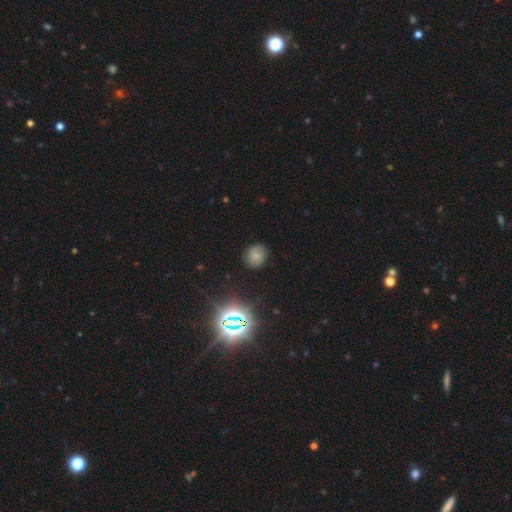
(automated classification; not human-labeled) A smooth galaxy with no disk features (57%) that is round (78%).

Vote fractions:
- Smooth or featured? smooth: 57% / featured or disk: 23% / star or artifact: 20%
- How rounded? round: 78% / in between: 21% / cigar-shaped: 1%
- Merging? none: 81% / minor disturbance: 14% / major disturbance: 4% / merger: 1%